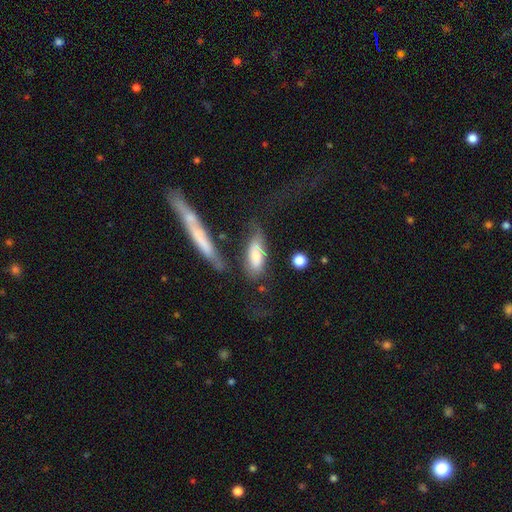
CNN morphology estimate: Smooth or featured?
  - smooth: 61% *
  - featured or disk: 32%
  - star or artifact: 7%
How rounded?
  - in between: 71% *
  - cigar-shaped: 26%
  - round: 3%
Merging?
  - none: 43% *
  - minor disturbance: 27%
  - major disturbance: 17%
  - merger: 14%